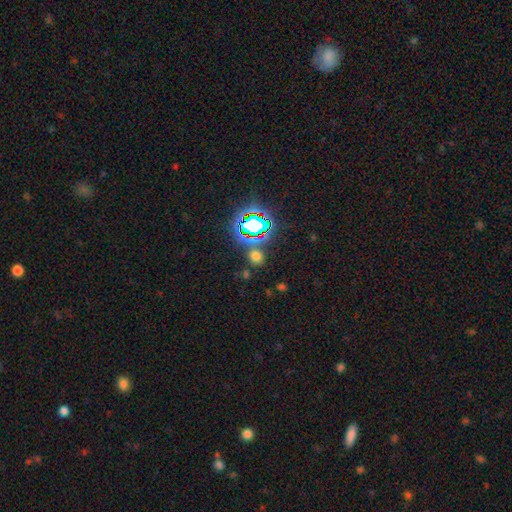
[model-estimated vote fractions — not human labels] smooth-or-featured: smooth: 55% | star or artifact: 38% | featured or disk: 6%
  how-rounded: round: 79% | in between: 20% | cigar-shaped: 2%
  merging: none: 78% | merger: 10% | minor disturbance: 9% | major disturbance: 4%